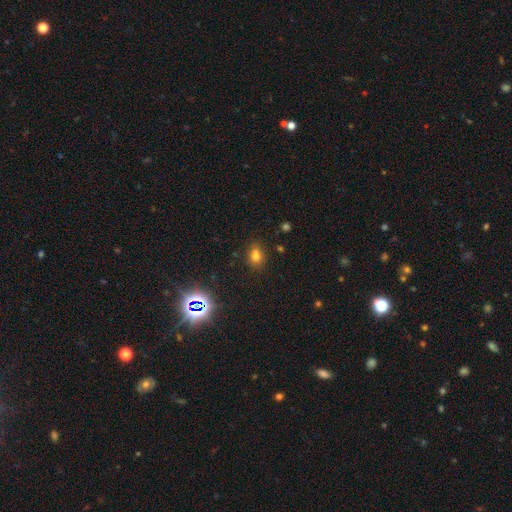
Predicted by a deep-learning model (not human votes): This is likely a smooth galaxy (73%). How rounded: likely in between (60%). Merging: clearly none (80%).